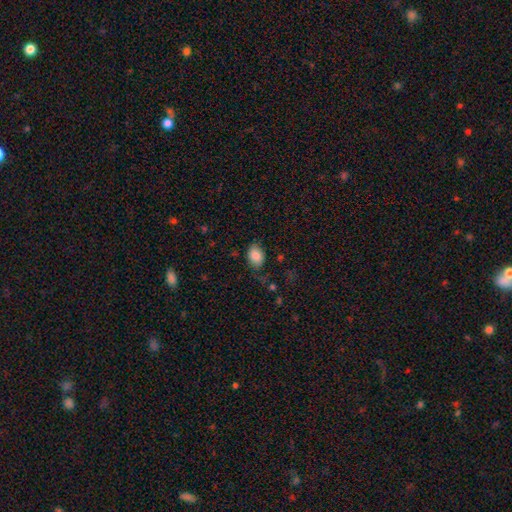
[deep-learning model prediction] A smooth galaxy with no disk features (85%) that is in between round and cigar-shaped (78%). Merging: none (71%).